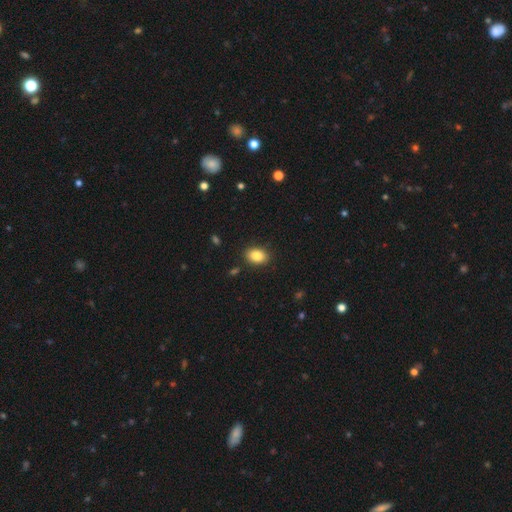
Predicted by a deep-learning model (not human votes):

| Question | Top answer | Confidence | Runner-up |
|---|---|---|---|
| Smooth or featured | smooth | 86% | star or artifact (8%) |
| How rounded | in between | 77% | round (22%) |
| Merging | none | 87% | minor disturbance (9%) |